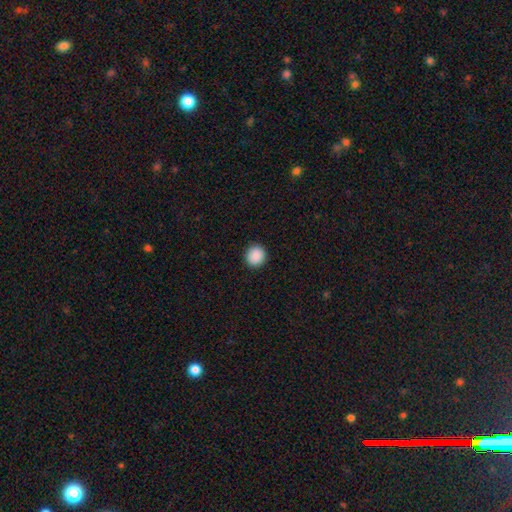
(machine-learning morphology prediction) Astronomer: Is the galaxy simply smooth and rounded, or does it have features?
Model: smooth — 90%.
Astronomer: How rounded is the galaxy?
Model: round — 92%.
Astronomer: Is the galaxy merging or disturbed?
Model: none — 93%.